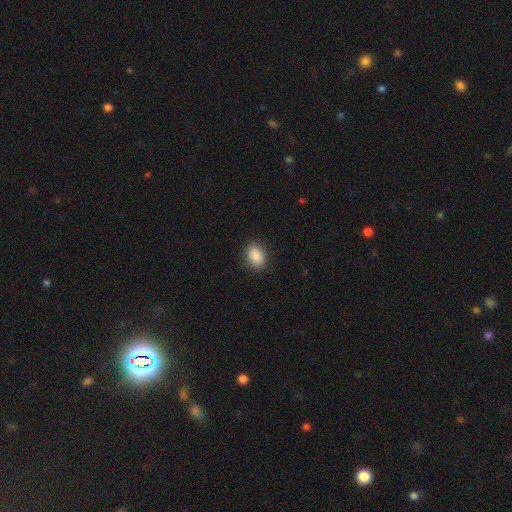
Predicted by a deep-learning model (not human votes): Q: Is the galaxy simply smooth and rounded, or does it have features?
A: smooth — 89%.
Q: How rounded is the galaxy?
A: in between — 79%.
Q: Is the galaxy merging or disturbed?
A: none — 88%.